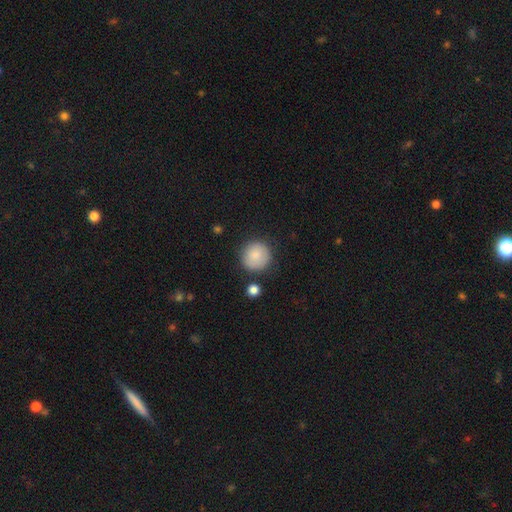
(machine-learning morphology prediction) Overall: smooth (84%). How rounded: round (93%). Merging: none (81%).